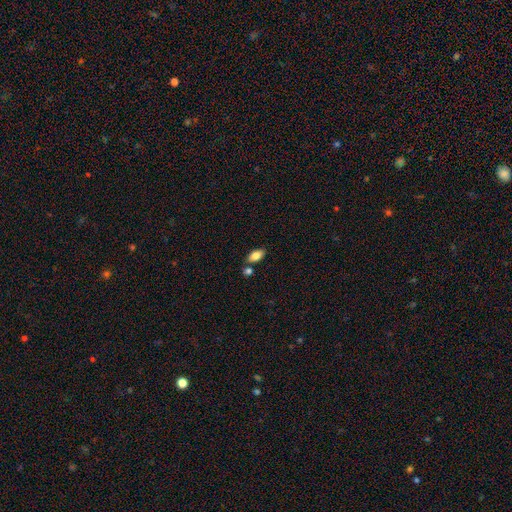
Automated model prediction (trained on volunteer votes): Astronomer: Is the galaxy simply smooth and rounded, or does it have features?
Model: smooth — 83%.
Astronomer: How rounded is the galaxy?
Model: in between — 91%.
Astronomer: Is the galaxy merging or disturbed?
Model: none — 73%.